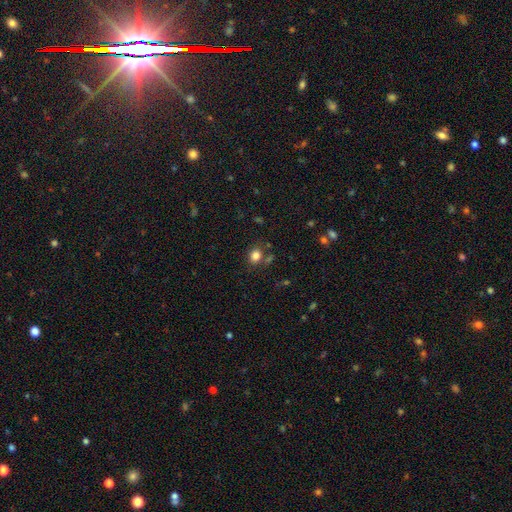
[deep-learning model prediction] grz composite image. It shows a smooth galaxy with no disk features (83%) that is round (54%). Merging: none (75%).